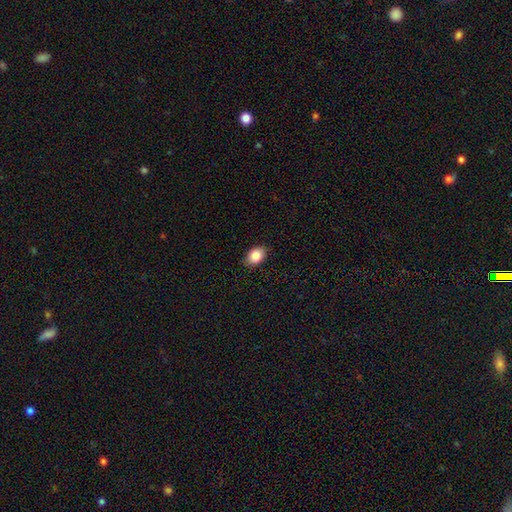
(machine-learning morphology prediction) Smooth or featured? smooth (86%)
How rounded? in between (74%)
Merging? none (85%)